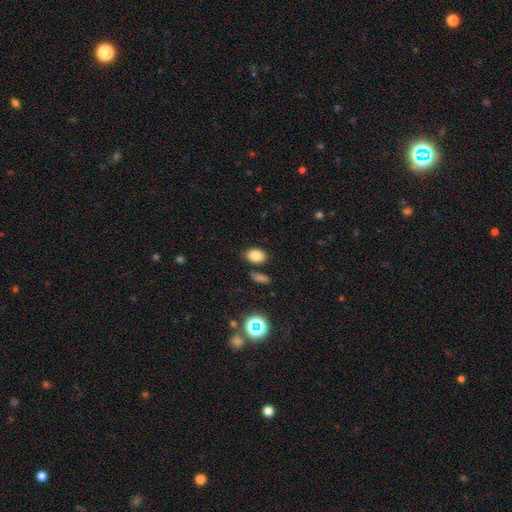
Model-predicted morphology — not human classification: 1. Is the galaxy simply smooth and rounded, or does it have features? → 81% smooth, 12% star or artifact, 7% featured or disk.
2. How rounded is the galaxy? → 77% in between, 22% round, 1% cigar-shaped.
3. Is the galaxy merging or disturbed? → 78% none, 12% minor disturbance, 7% merger, 3% major disturbance.